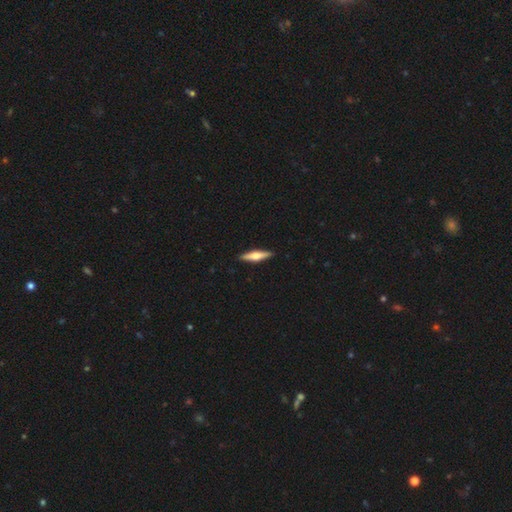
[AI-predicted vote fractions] smooth-or-featured: featured or disk: 53% | smooth: 42% | star or artifact: 5%
  disk-edge-on: yes: 96% | no: 4%
    edge-on-bulge: rounded: 89% | boxy: 7% | none: 4%
  merging: none: 91% | minor disturbance: 6% | major disturbance: 1% | merger: 1%